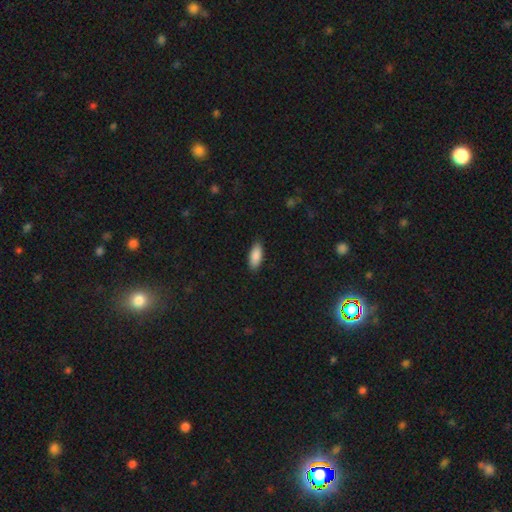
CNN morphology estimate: This is clearly a smooth galaxy (89%). How rounded: clearly in between (83%). Merging: clearly none (87%).